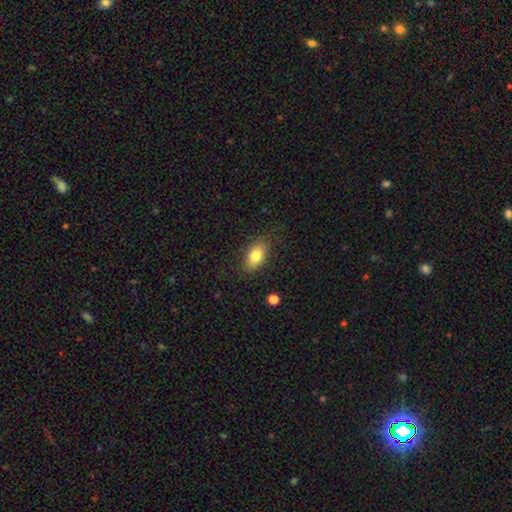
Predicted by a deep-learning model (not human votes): A smooth galaxy with no disk features (79%) that is in between round and cigar-shaped (88%). Merging: none (80%).